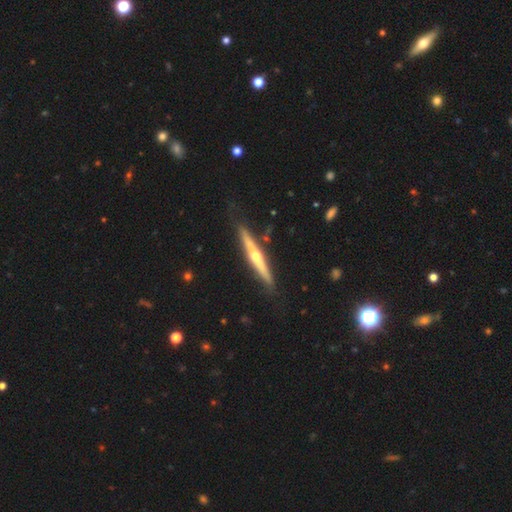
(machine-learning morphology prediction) Q: Smooth or featured?
A: featured or disk (72%); runner-up: smooth (22%)
Q: Edge-on disk?
A: yes (96%); runner-up: no (4%)
Q: Edge-on bulge?
A: rounded (87%); runner-up: none (10%)
Q: Merging?
A: none (84%); runner-up: minor disturbance (12%)